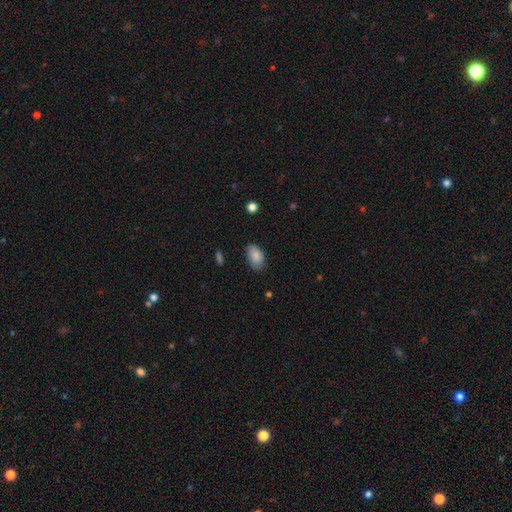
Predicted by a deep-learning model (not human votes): This is clearly a smooth galaxy (87%). How rounded: clearly in between (92%). Merging: clearly none (80%).